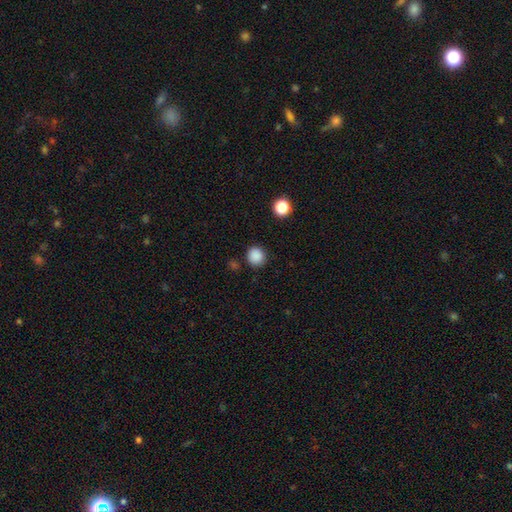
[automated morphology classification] This is clearly a smooth galaxy (87%). How rounded: clearly round (89%). Merging: clearly none (87%).